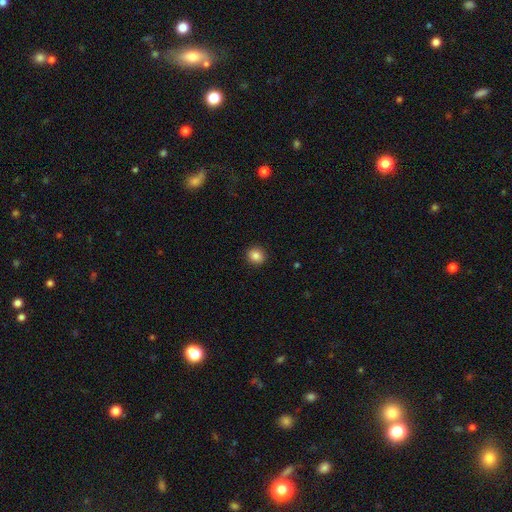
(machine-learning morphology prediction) This appears to be a smooth galaxy with no disk features (86%) that is round (83%). Merging: none (92%).